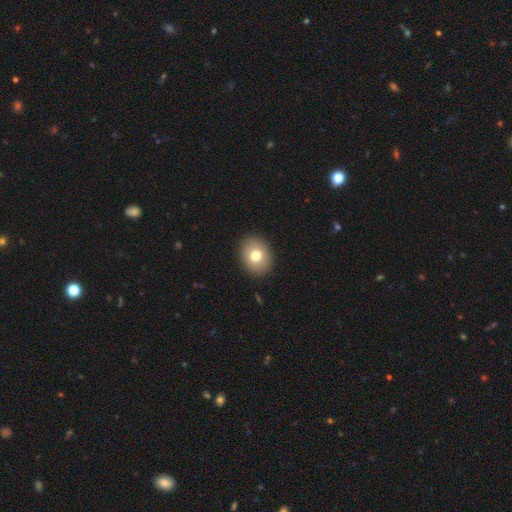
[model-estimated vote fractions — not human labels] The model was most divided on "how rounded": round: 53%, in between: 46%, cigar-shaped: 1%. More confident: merging — none (91%); smooth or featured — smooth (76%).